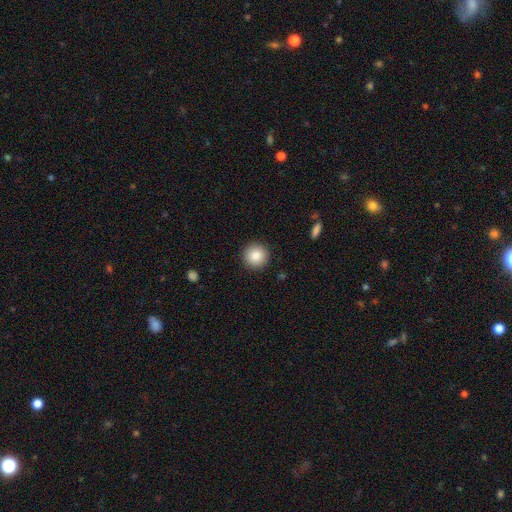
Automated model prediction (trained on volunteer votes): smooth 87%, star or artifact 8%, featured or disk 5%. Down the decision tree: how rounded — round (95%); merging — none (91%).